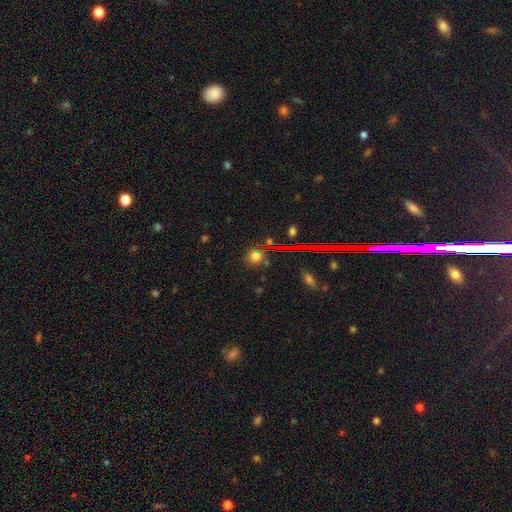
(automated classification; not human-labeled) Morphology: type=smooth (63%); roundness=round (86%); merging=none (83%).